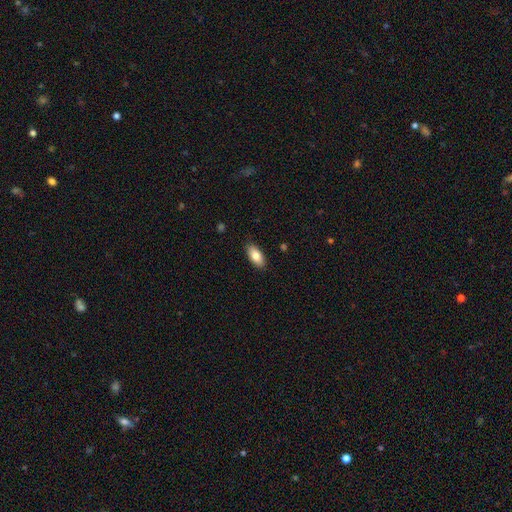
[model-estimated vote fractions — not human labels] Morphology: type=smooth (81%); roundness=in between (90%); merging=none (88%).